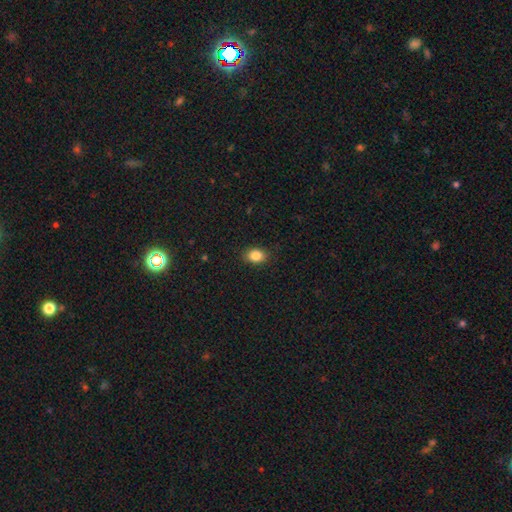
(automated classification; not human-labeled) Smooth or featured?
  - smooth: 85% *
  - star or artifact: 10%
  - featured or disk: 5%
How rounded?
  - in between: 65% *
  - round: 34%
  - cigar-shaped: 1%
Merging?
  - none: 88% *
  - minor disturbance: 9%
  - major disturbance: 2%
  - merger: 1%